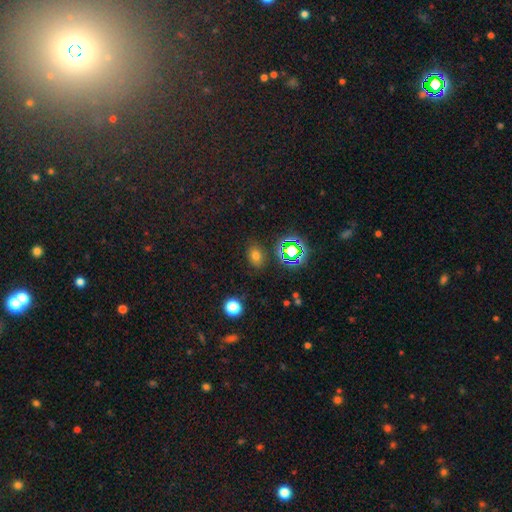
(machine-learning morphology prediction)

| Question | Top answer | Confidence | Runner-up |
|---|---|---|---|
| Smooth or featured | smooth | 66% | star or artifact (26%) |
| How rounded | in between | 68% | round (31%) |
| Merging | none | 83% | minor disturbance (11%) |